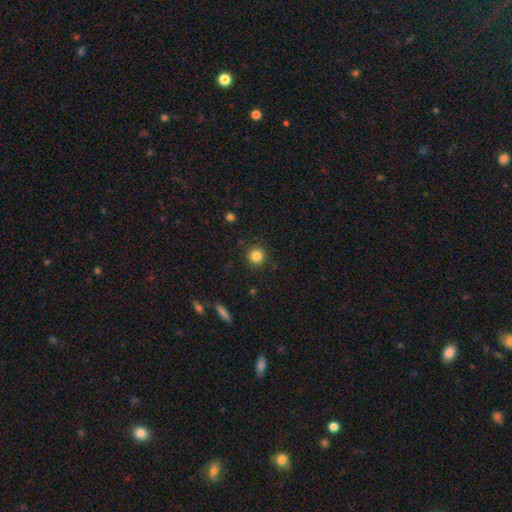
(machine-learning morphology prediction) A smooth galaxy with no disk features (84%) that is round (93%). Merging: none (90%).